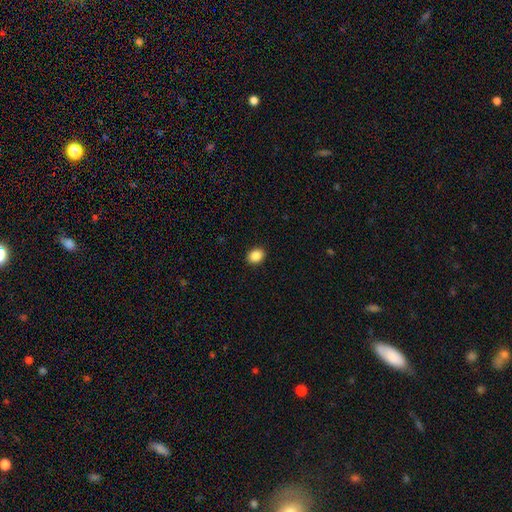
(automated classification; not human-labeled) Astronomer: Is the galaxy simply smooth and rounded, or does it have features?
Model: smooth — 88%.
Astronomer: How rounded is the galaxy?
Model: in between — 57% (runner-up: round, 42%).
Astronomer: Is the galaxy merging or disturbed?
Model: none — 91%.